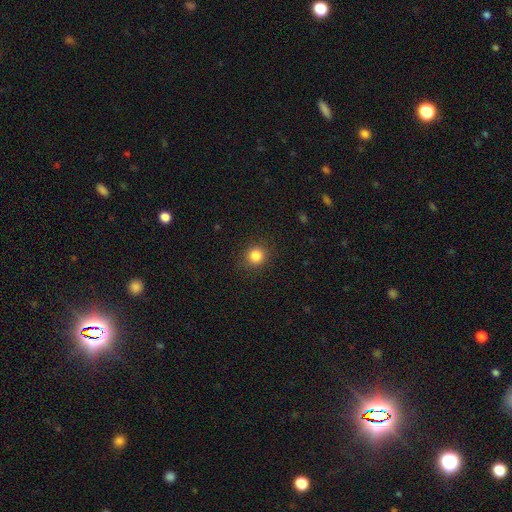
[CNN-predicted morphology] Smooth or featured? Predicted: smooth (p=0.84). How rounded? Predicted: round (p=0.89). Merging? Predicted: none (p=0.89).